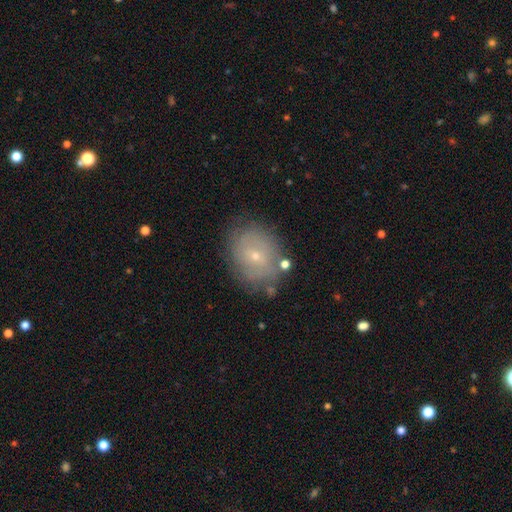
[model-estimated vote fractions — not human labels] Morphology: type=featured or disk (51%); edge-on=no (95%); merging=none (75%).